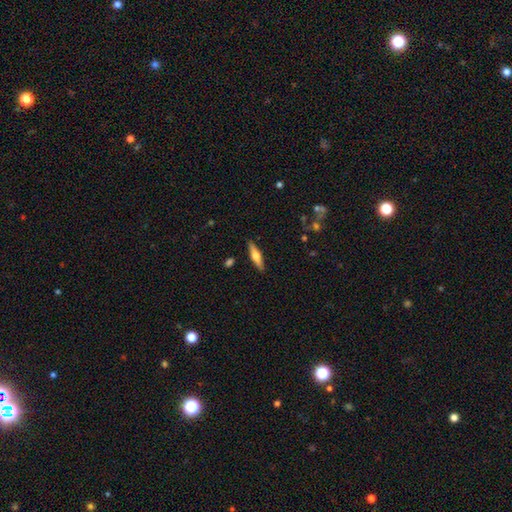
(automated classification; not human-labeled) This appears to be a featured or disk galaxy (51%) viewed edge-on (93%). Merging: none (89%).